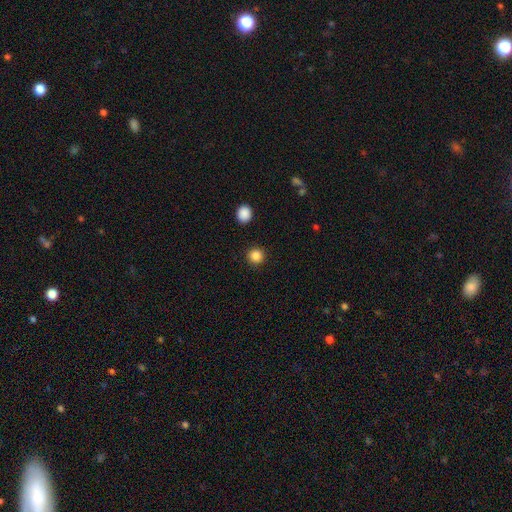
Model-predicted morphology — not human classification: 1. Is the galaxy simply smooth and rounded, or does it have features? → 86% smooth, 11% star or artifact, 3% featured or disk.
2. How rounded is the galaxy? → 95% round, 4% in between, 1% cigar-shaped.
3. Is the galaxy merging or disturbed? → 92% none, 4% minor disturbance, 2% major disturbance, 2% merger.